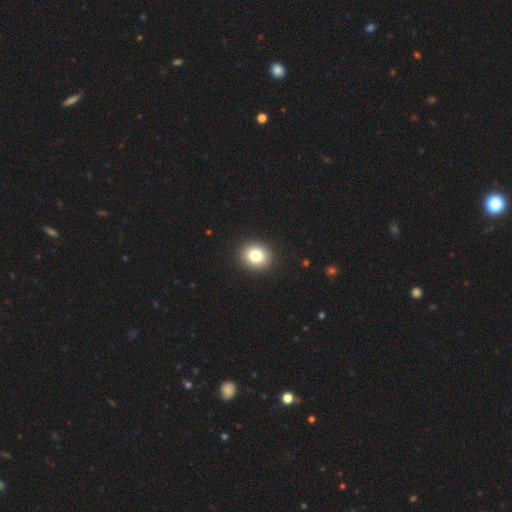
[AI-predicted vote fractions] smooth-or-featured: smooth: 82% | star or artifact: 10% | featured or disk: 8%
  how-rounded: round: 66% | in between: 34% | cigar-shaped: 1%
  merging: none: 92% | minor disturbance: 5% | major disturbance: 2% | merger: 1%